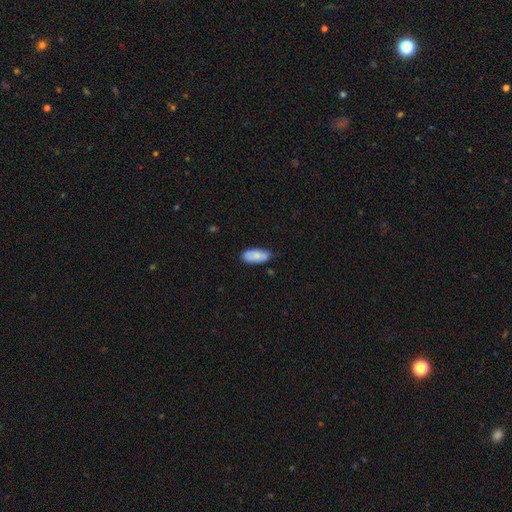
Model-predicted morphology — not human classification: Smooth or featured? smooth (81%)
How rounded? in between (88%)
Merging? none (73%)